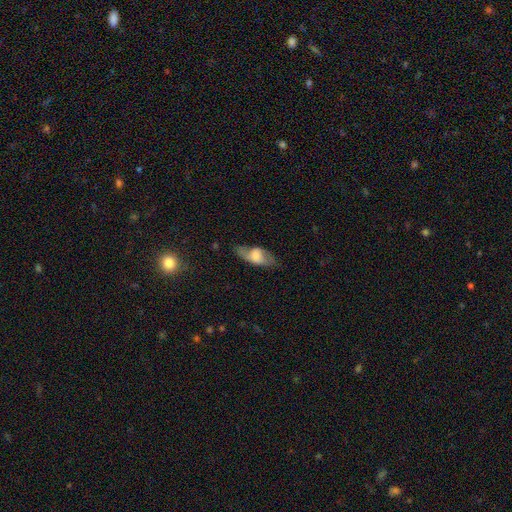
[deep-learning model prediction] smooth-or-featured: smooth: 51% | featured or disk: 42% | star or artifact: 7%
  how-rounded: in between: 80% | cigar-shaped: 15% | round: 4%
  merging: none: 65% | minor disturbance: 23% | major disturbance: 10% | merger: 2%